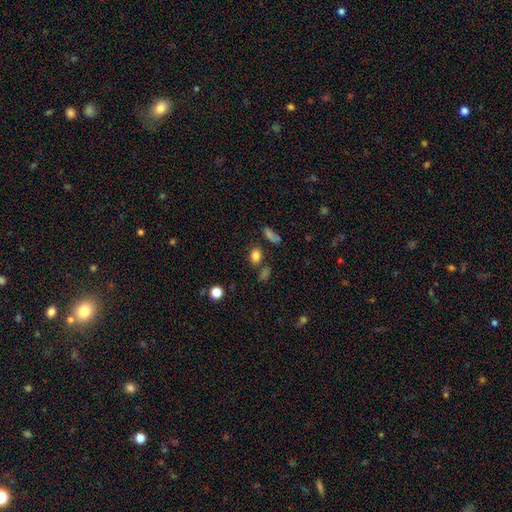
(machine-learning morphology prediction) A smooth galaxy with no disk features (80%) that is in between round and cigar-shaped (61%).

Vote fractions:
- Smooth or featured? smooth: 80% / star or artifact: 14% / featured or disk: 6%
- How rounded? in between: 61% / round: 37% / cigar-shaped: 2%
- Merging? none: 73% / minor disturbance: 13% / merger: 9% / major disturbance: 5%